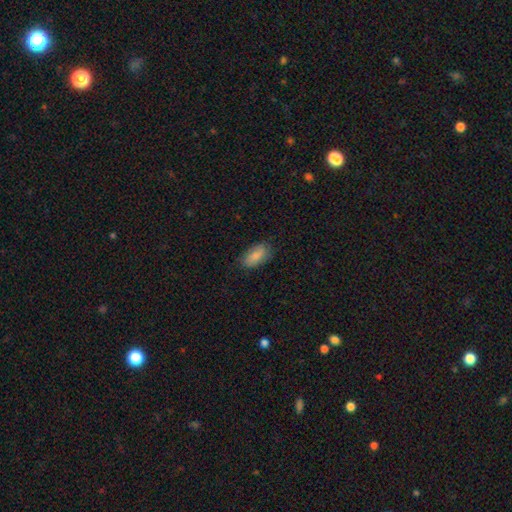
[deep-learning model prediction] smooth_or_featured: smooth (p=0.85) [alt: featured or disk p=0.09]
how_rounded: in between (p=0.91) [alt: cigar-shaped p=0.05]
merging: none (p=0.76) [alt: minor disturbance p=0.19]